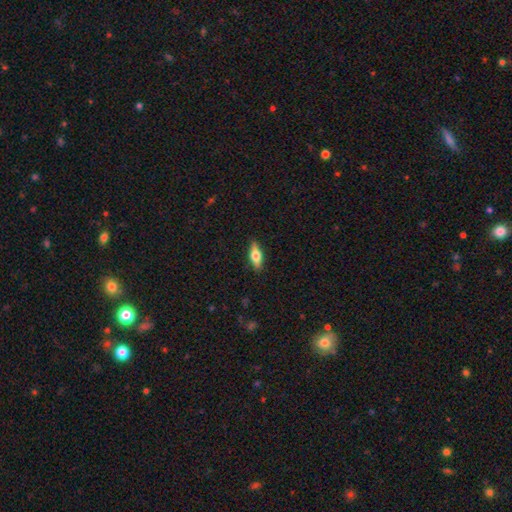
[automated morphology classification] The model was most divided on "smooth or featured": smooth: 47%, featured or disk: 46%, star or artifact: 6%. More confident: merging — none (88%).